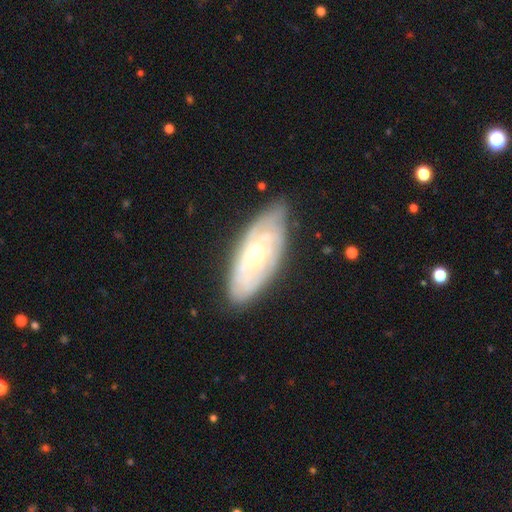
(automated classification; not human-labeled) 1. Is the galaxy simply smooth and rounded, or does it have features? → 71% featured or disk, 23% smooth, 6% star or artifact.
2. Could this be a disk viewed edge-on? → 87% no, 13% yes.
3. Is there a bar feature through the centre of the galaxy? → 74% no, 22% weak, 4% strong.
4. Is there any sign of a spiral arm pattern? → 86% yes, 14% no.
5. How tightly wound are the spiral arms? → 71% tight, 23% medium, 6% loose.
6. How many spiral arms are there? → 56% can't tell, 16% 2, 12% 3, 7% 4, 4% more than 4, 4% 1.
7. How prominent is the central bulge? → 49% moderate, 46% small, 3% large, 1% none, 1% dominant.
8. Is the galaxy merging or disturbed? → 74% none, 20% minor disturbance, 4% major disturbance, 1% merger.